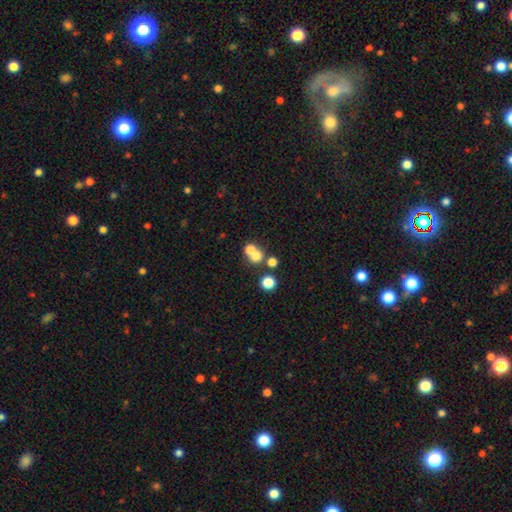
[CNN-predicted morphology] Smooth or featured: smooth — 67% (star or artifact — 17%)
How rounded: round — 80% (in between — 19%)
Merging: merger — 49% (none — 42%)